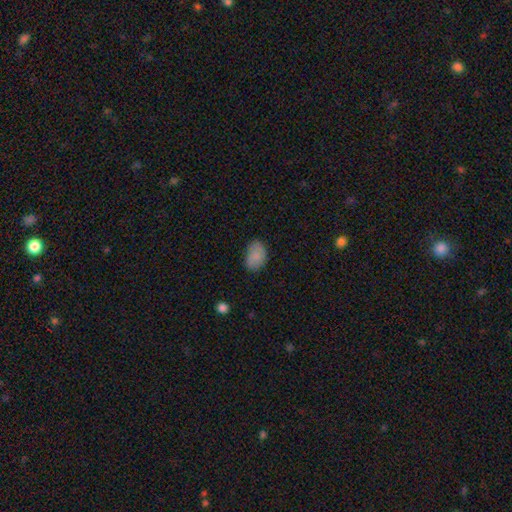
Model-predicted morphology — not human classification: This appears to be a smooth galaxy with no disk features (83%) that is in between round and cigar-shaped (85%). Merging: none (70%).